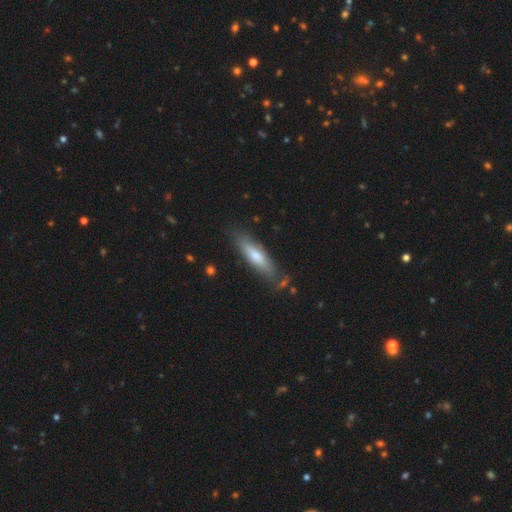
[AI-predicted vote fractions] Smooth or featured: smooth — 68% (featured or disk — 26%)
How rounded: cigar-shaped — 68% (in between — 31%)
Merging: none — 79% (minor disturbance — 14%)